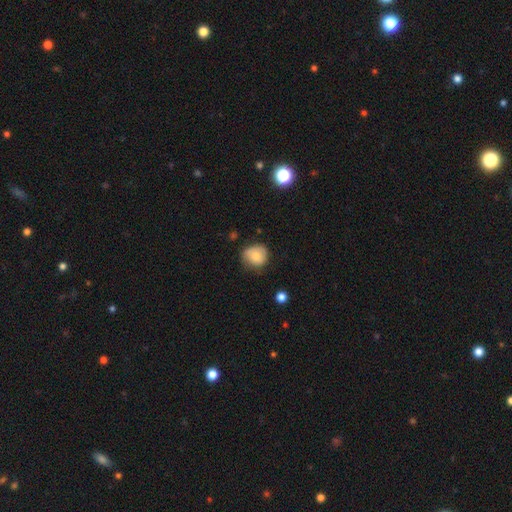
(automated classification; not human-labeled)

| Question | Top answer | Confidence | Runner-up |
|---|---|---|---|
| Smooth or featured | smooth | 74% | featured or disk (17%) |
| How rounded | round | 78% | in between (21%) |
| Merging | none | 60% | minor disturbance (31%) |